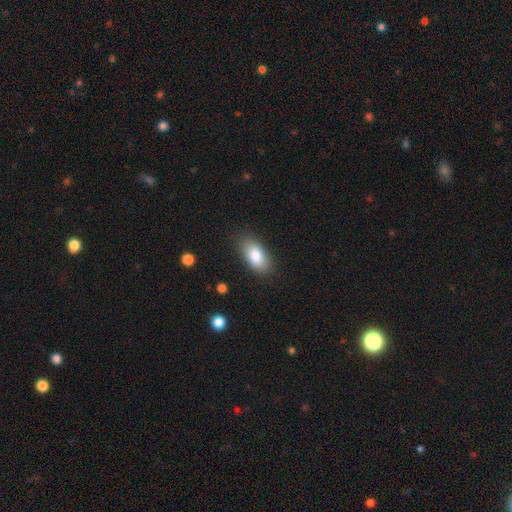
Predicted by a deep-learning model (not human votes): Overall: smooth (83%). How rounded: in between (91%). Merging: none (84%).